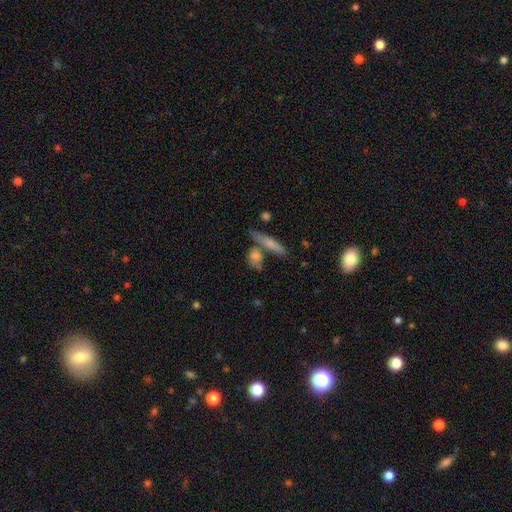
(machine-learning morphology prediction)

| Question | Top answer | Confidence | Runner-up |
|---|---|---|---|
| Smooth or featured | smooth | 60% | featured or disk (28%) |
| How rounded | cigar-shaped | 44% | in between (37%) |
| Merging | none | 56% | merger (25%) |